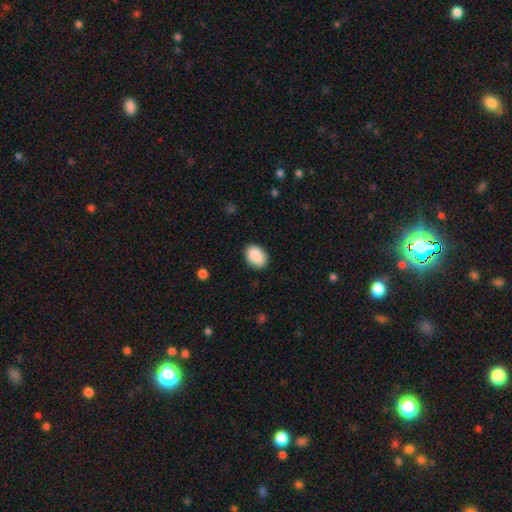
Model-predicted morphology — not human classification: Smooth or featured: smooth — 90% (star or artifact — 7%)
How rounded: in between — 80% (round — 19%)
Merging: none — 87% (minor disturbance — 10%)